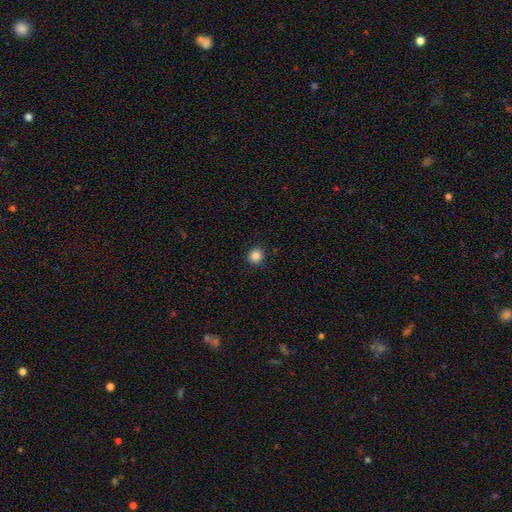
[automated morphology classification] Q: Smooth or featured?
A: smooth (84%); runner-up: star or artifact (11%)
Q: How rounded?
A: round (91%); runner-up: in between (8%)
Q: Merging?
A: none (92%); runner-up: minor disturbance (6%)